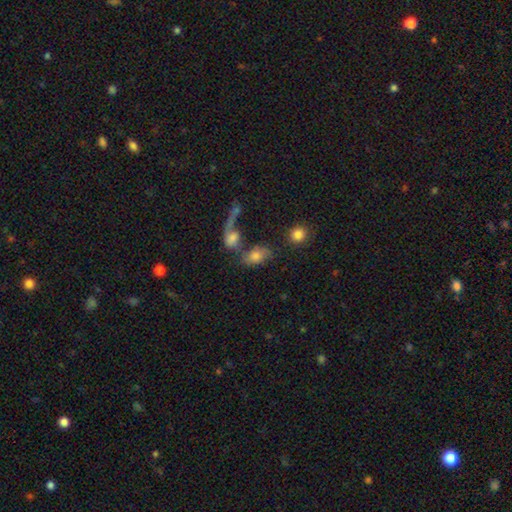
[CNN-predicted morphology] Smooth or featured?
  - smooth: 70% *
  - featured or disk: 20%
  - star or artifact: 10%
How rounded?
  - in between: 83% *
  - round: 15%
  - cigar-shaped: 3%
Merging?
  - merger: 40% *
  - none: 33%
  - major disturbance: 15%
  - minor disturbance: 13%